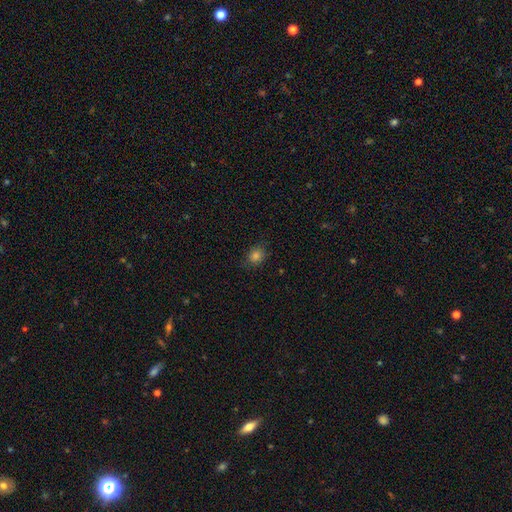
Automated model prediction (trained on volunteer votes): Smooth or featured: smooth — 80% (star or artifact — 15%)
How rounded: round — 64% (in between — 35%)
Merging: none — 83% (minor disturbance — 13%)